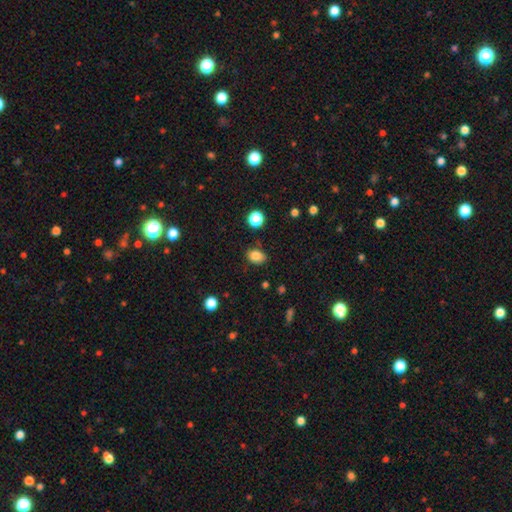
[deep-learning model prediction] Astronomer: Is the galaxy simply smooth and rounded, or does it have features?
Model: smooth — 83%.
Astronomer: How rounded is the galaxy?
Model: in between — 73%.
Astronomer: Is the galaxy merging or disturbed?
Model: none — 79%.